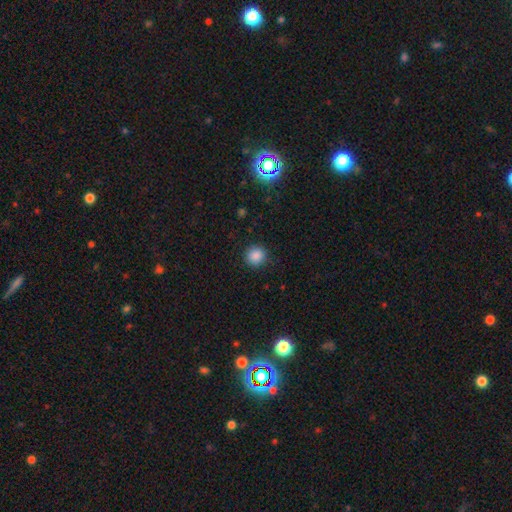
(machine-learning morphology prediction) Smooth or featured? Predicted: smooth (p=0.86). How rounded? Predicted: round (p=0.91). Merging? Predicted: none (p=0.89).